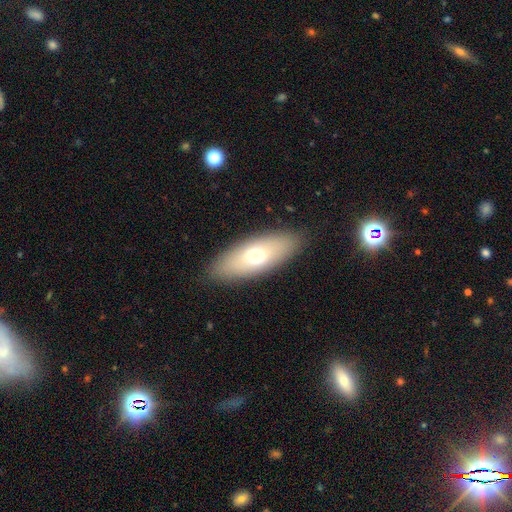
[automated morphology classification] This appears to be a smooth galaxy with no disk features (67%) that is in between round and cigar-shaped (76%). Merging: none (87%).